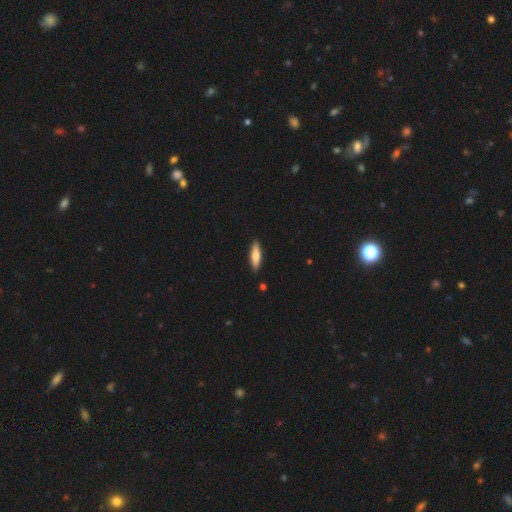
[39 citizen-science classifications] smooth_or_featured: smooth (p=0.79) [alt: featured or disk p=0.18]
how_rounded: cigar-shaped (p=0.87) [alt: in between p=0.13]
merging: none (p=0.95) [alt: minor disturbance p=0.05]